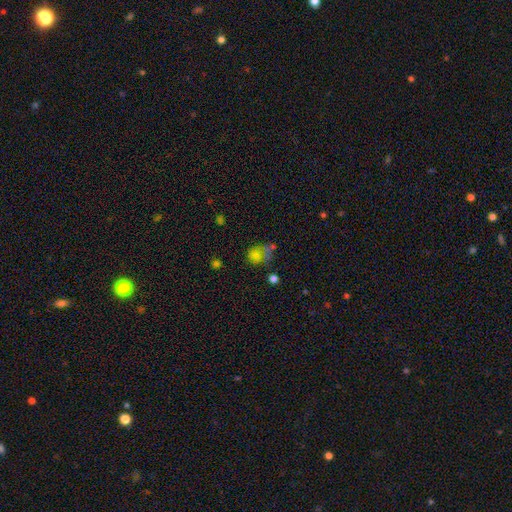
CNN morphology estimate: Q: Smooth or featured?
A: smooth (66%); runner-up: star or artifact (18%)
Q: How rounded?
A: round (67%); runner-up: in between (31%)
Q: Merging?
A: none (37%); runner-up: merger (22%)